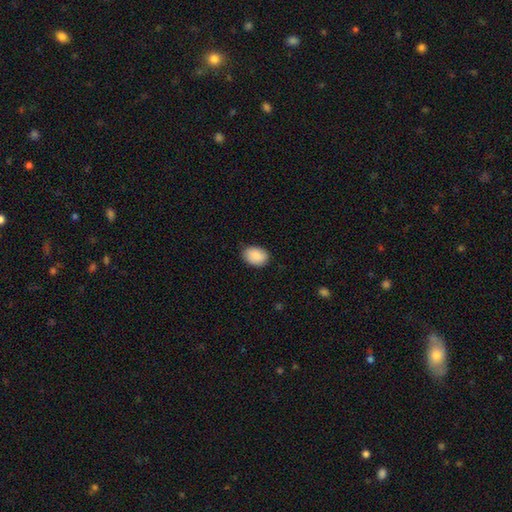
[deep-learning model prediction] Morphology: type=smooth (90%); roundness=in between (77%); merging=none (84%).